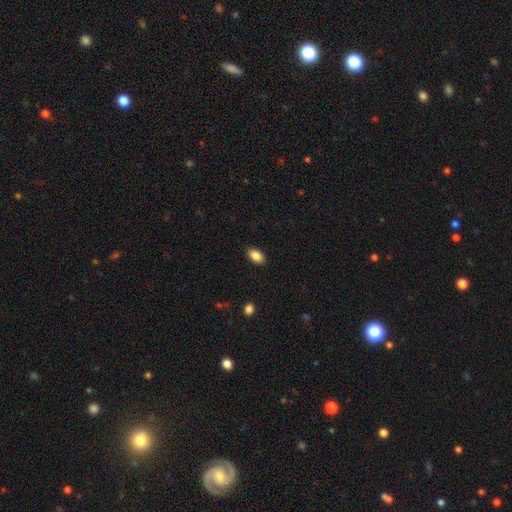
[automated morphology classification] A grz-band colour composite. It shows a smooth galaxy with no disk features (87%) that is in between round and cigar-shaped (91%). Merging: none (88%).